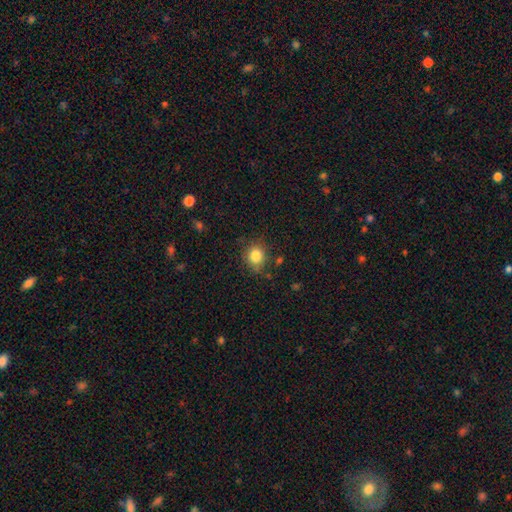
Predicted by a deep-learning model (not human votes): Smooth or featured? Predicted: smooth (p=0.83). How rounded? Predicted: round (p=0.79). Merging? Predicted: none (p=0.78).